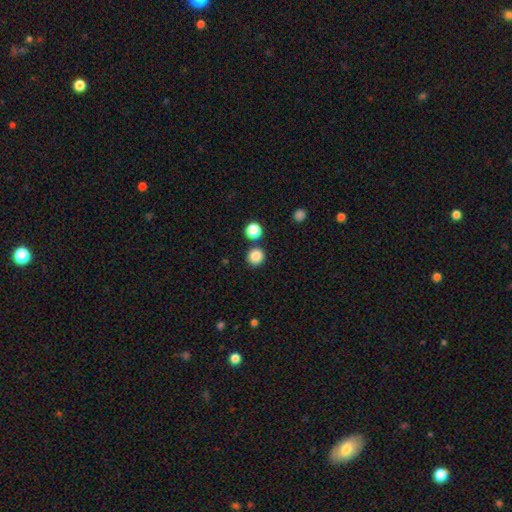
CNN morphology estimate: A smooth galaxy with no disk features (85%) that is round (91%). Merging: none (83%).